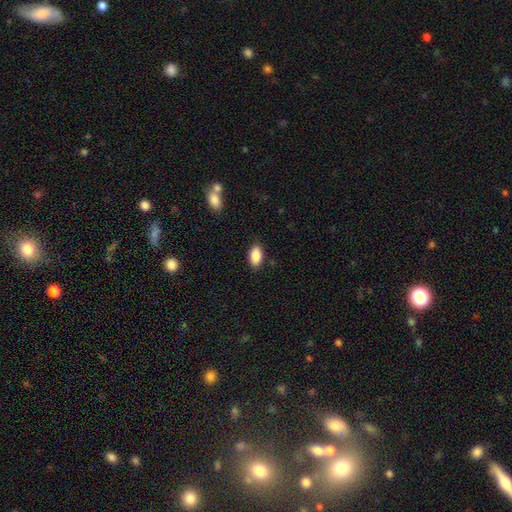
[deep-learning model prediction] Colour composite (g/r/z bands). It shows a smooth galaxy with no disk features (89%) that is in between round and cigar-shaped (93%). Merging: none (86%).